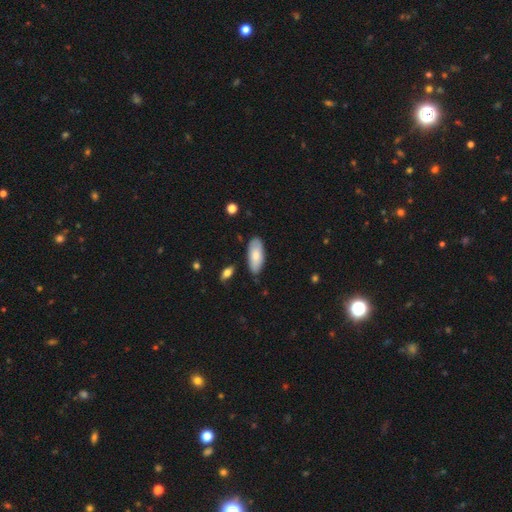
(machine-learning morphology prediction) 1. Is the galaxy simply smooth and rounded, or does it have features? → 74% smooth, 20% featured or disk, 6% star or artifact.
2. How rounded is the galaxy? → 86% in between, 12% cigar-shaped, 2% round.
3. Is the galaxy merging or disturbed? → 80% none, 15% minor disturbance, 3% major disturbance, 2% merger.